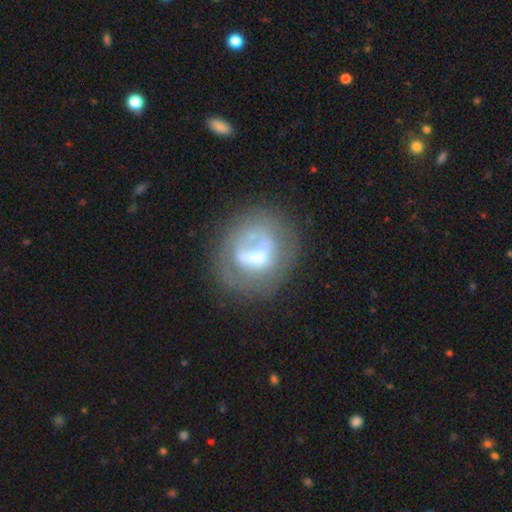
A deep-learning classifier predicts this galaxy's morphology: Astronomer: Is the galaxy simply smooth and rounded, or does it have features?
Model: featured or disk — 53% (runner-up: smooth, 37%).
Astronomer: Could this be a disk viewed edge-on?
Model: no — 96%.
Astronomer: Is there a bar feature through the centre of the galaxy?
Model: no — 52% (runner-up: weak, 27%).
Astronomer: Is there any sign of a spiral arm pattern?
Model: no — 77%.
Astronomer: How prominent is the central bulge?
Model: moderate — 37% (runner-up: none, 22%).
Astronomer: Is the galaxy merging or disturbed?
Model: none — 50%.